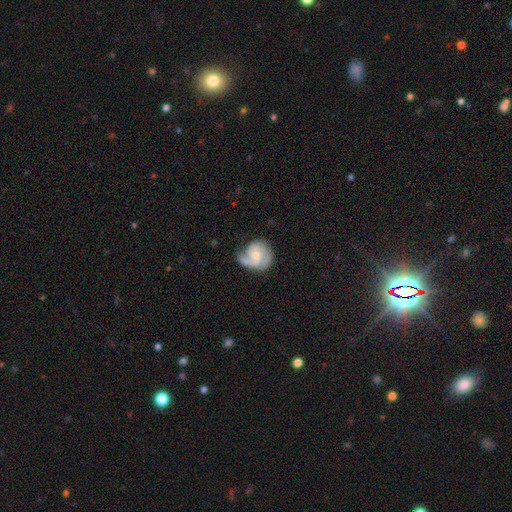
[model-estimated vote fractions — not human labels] Morphology: type=featured or disk (77%); edge-on=no (98%); bar=no (66%); spiral arms=yes (95%); winding=medium (43%); arm count=2 (48%); bulge=small (55%); merging=none (56%).